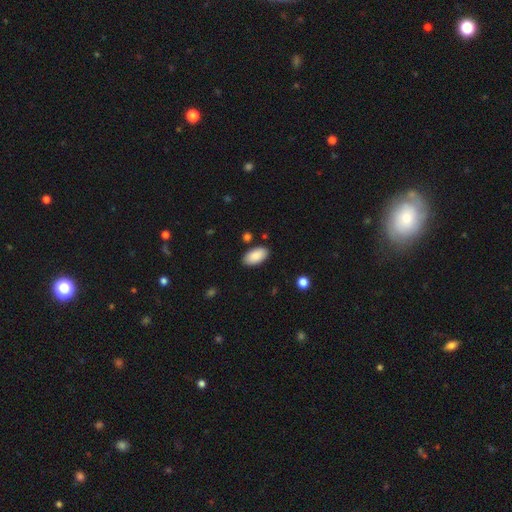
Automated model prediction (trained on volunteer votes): The model was most divided on "merging": none: 86%, minor disturbance: 9%, merger: 2%, major disturbance: 2%. More confident: how rounded — in between (95%); smooth or featured — smooth (89%).